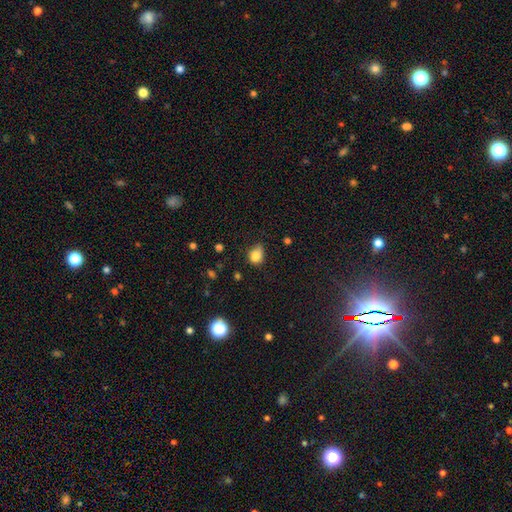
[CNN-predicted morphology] Overall: smooth (83%). How rounded: in between (59%; round 40%). Merging: none (45%; minor disturbance 41%).